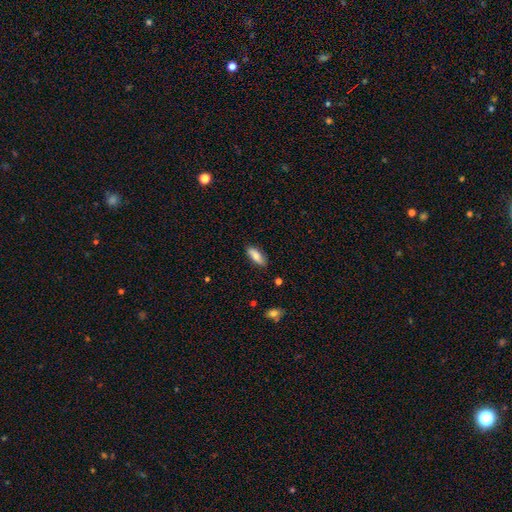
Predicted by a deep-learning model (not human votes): The model was most divided on "how rounded": in between: 68%, cigar-shaped: 29%, round: 2%. More confident: merging — none (86%); smooth or featured — smooth (75%).